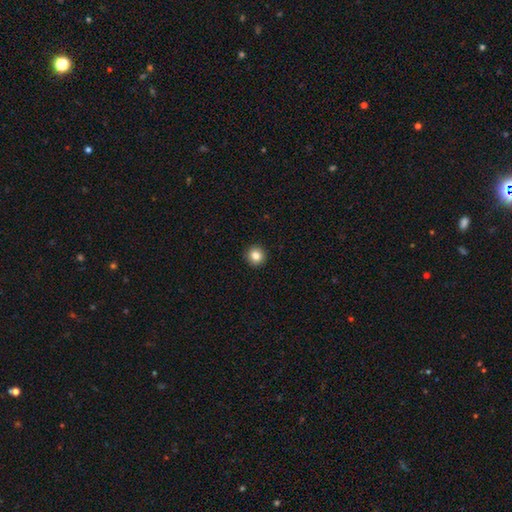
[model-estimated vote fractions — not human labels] This appears to be a smooth galaxy with no disk features (83%) that is round (95%). Merging: none (93%).